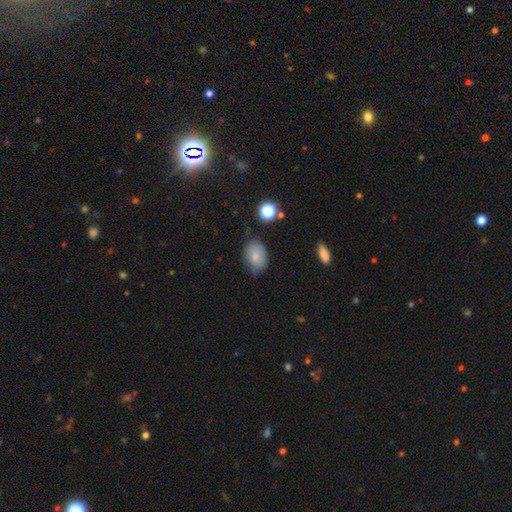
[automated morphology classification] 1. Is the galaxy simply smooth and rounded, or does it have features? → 80% smooth, 11% featured or disk, 9% star or artifact.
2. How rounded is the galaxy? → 77% in between, 22% round, 1% cigar-shaped.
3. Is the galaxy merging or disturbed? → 64% none, 28% minor disturbance, 6% major disturbance, 2% merger.